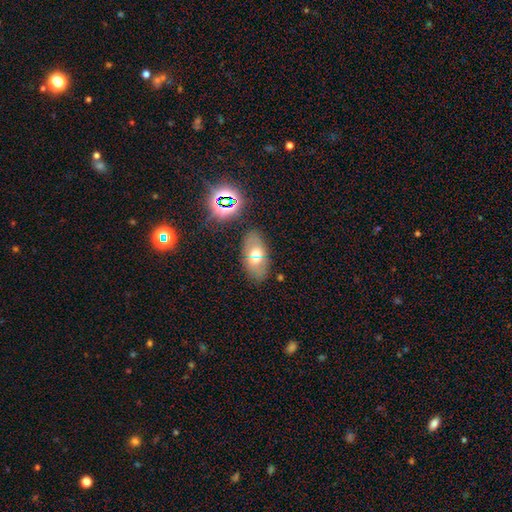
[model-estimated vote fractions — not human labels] This appears to be a smooth galaxy with no disk features (60%) that is in between round and cigar-shaped (90%). Merging: none (76%).